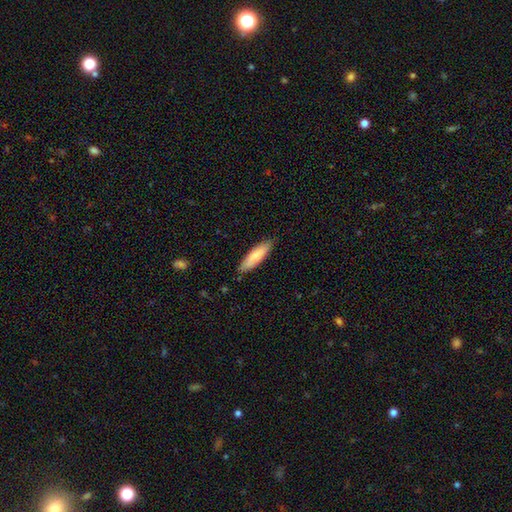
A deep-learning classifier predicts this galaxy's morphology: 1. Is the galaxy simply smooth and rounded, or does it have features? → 80% smooth, 14% featured or disk, 5% star or artifact.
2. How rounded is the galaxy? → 64% cigar-shaped, 35% in between, 1% round.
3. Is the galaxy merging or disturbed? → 84% none, 13% minor disturbance, 2% major disturbance, 1% merger.